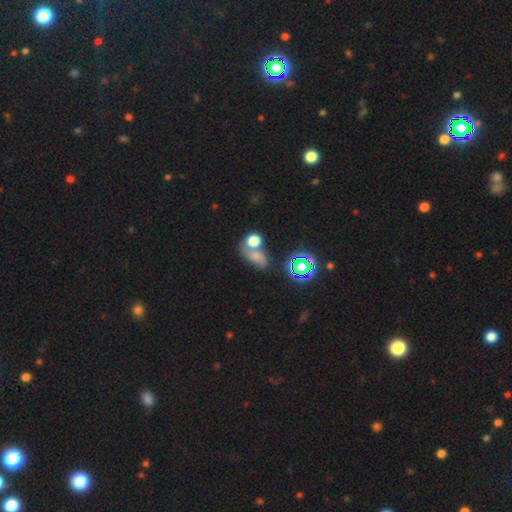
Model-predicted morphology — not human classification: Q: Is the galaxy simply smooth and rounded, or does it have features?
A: smooth — 60%.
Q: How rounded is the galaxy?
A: in between — 64%.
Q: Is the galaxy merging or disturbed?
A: merger — 45%.